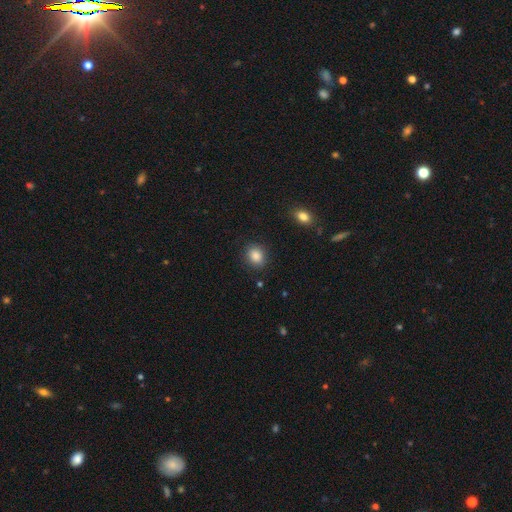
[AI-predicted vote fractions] Smooth or featured: smooth — 86% (star or artifact — 9%)
How rounded: round — 64% (in between — 35%)
Merging: none — 87% (minor disturbance — 9%)